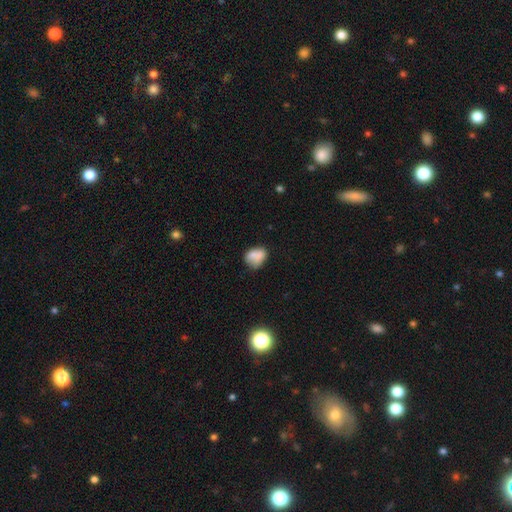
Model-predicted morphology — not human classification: Smooth or featured? Predicted: smooth (p=0.75). How rounded? Predicted: in between (p=0.60). Merging? Predicted: none (p=0.46).